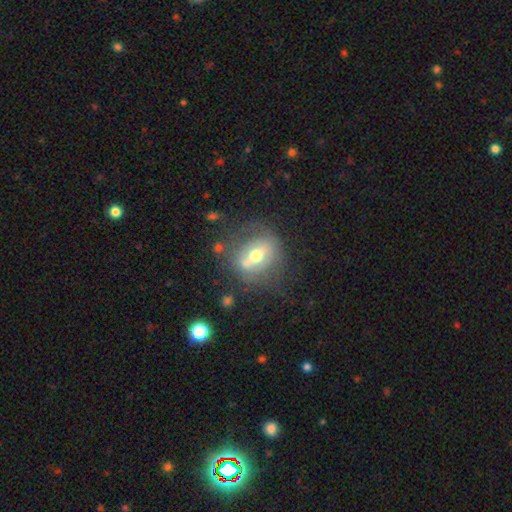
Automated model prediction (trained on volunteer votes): Smooth or featured?
  - featured or disk: 57% *
  - smooth: 34%
  - star or artifact: 9%
Edge-on disk?
  - no: 92% *
  - yes: 8%
Bar?
  - strong: 34% *
  - no: 33%
  - weak: 33%
Spiral arms?
  - no: 74% *
  - yes: 26%
Bulge size?
  - moderate: 72% *
  - large: 13%
  - small: 12%
  - dominant: 2%
  - none: 1%
Merging?
  - none: 60% *
  - minor disturbance: 19%
  - major disturbance: 13%
  - merger: 9%